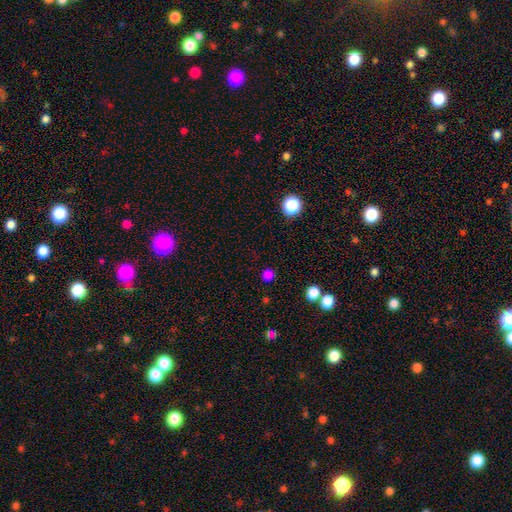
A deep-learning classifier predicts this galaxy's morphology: A smooth galaxy with no disk features (65%) that is round (89%).

Vote fractions:
- Smooth or featured? smooth: 65% / star or artifact: 31% / featured or disk: 4%
- How rounded? round: 89% / in between: 10% / cigar-shaped: 1%
- Merging? none: 88% / minor disturbance: 7% / major disturbance: 3% / merger: 2%